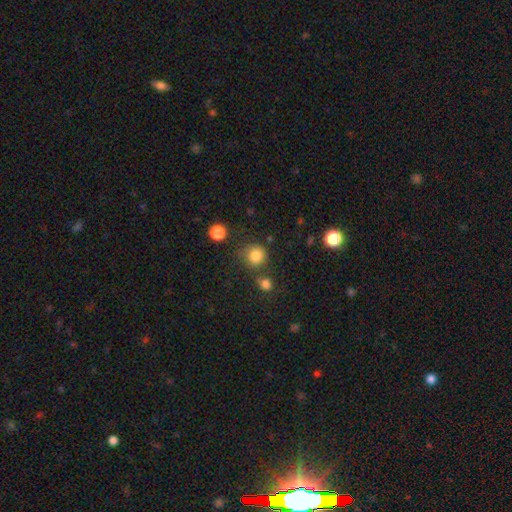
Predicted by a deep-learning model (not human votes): Smooth or featured?
  - smooth: 83% *
  - star or artifact: 13%
  - featured or disk: 5%
How rounded?
  - round: 89% *
  - in between: 10%
  - cigar-shaped: 1%
Merging?
  - none: 73% *
  - minor disturbance: 13%
  - merger: 10%
  - major disturbance: 5%